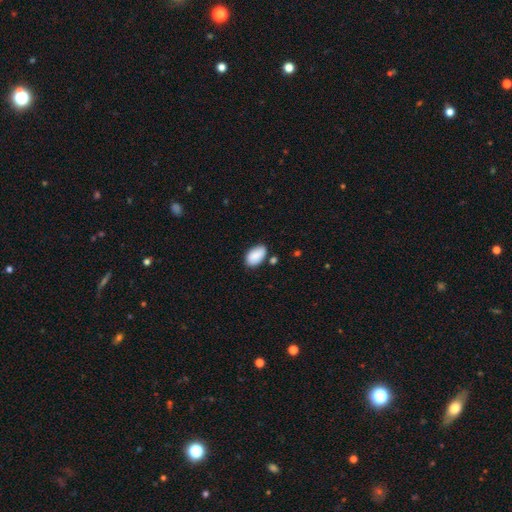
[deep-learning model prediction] Smooth or featured?
  - smooth: 88% *
  - star or artifact: 7%
  - featured or disk: 5%
How rounded?
  - in between: 94% *
  - round: 5%
  - cigar-shaped: 1%
Merging?
  - none: 72% *
  - minor disturbance: 18%
  - merger: 6%
  - major disturbance: 4%